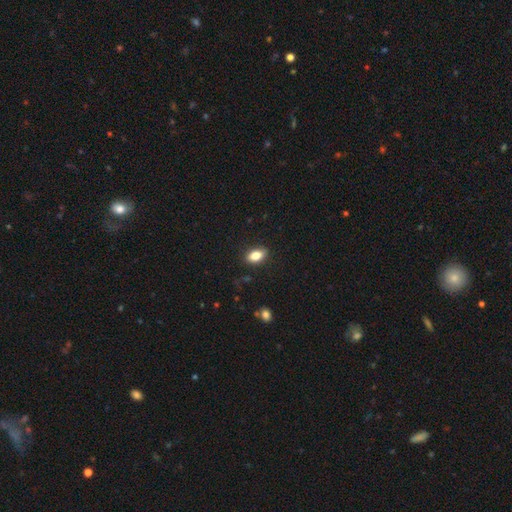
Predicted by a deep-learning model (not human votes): Q: Smooth or featured?
A: smooth (84%); runner-up: featured or disk (8%)
Q: How rounded?
A: in between (89%); runner-up: round (7%)
Q: Merging?
A: none (86%); runner-up: minor disturbance (10%)